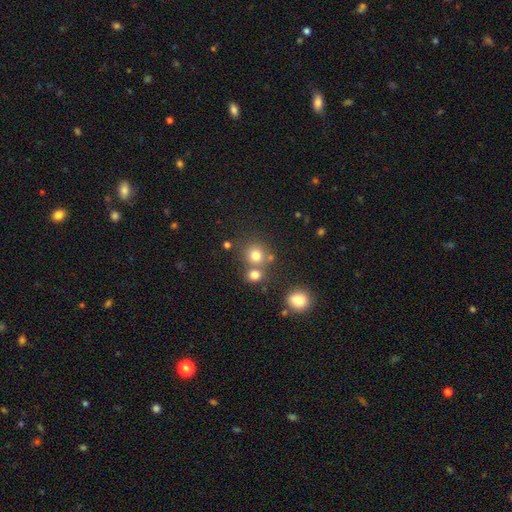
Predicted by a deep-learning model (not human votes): Morphology: type=smooth (76%); roundness=round (87%); merging=none (62%).